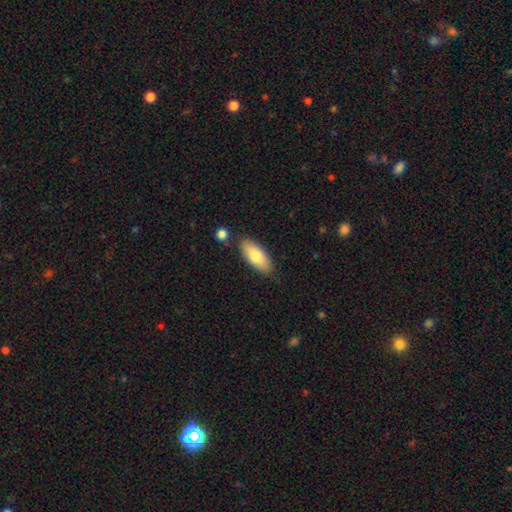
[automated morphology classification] A smooth galaxy with no disk features (78%) that is in between round and cigar-shaped (81%).

Vote fractions:
- Smooth or featured? smooth: 78% / featured or disk: 16% / star or artifact: 6%
- How rounded? in between: 81% / cigar-shaped: 17% / round: 2%
- Merging? none: 82% / minor disturbance: 11% / merger: 4% / major disturbance: 2%